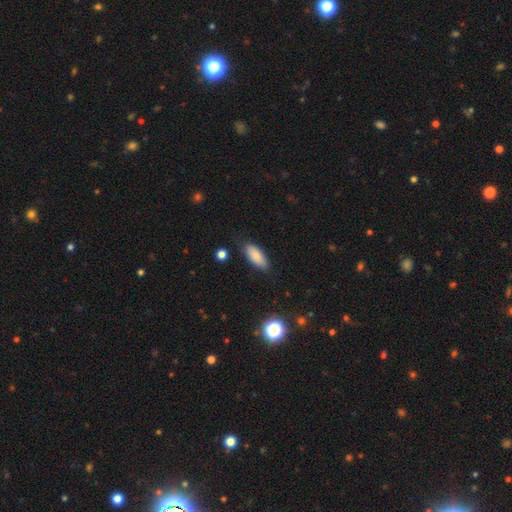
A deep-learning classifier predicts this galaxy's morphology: Smooth or featured: smooth — 84% (featured or disk — 9%)
How rounded: in between — 79% (cigar-shaped — 19%)
Merging: none — 78% (minor disturbance — 17%)